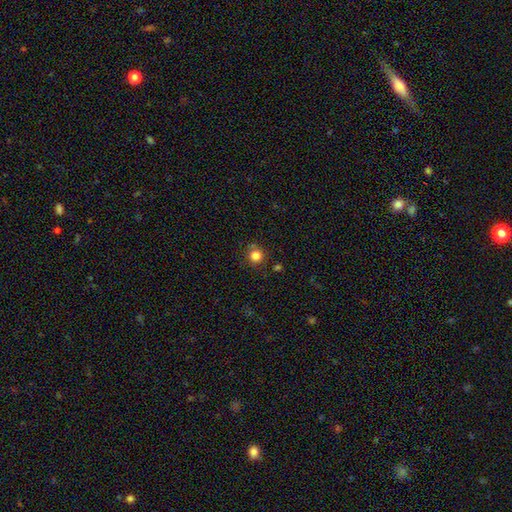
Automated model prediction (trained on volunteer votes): smooth-or-featured: smooth: 83% | star or artifact: 12% | featured or disk: 5%
  how-rounded: round: 93% | in between: 6% | cigar-shaped: 1%
  merging: none: 84% | minor disturbance: 10% | merger: 3% | major disturbance: 3%